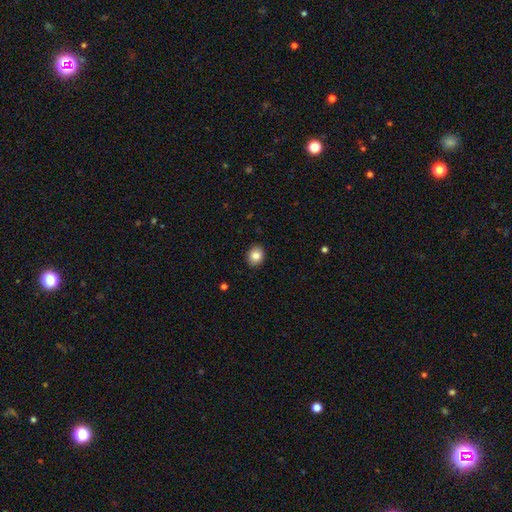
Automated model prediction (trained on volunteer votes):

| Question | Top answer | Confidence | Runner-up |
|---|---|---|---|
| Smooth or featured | smooth | 84% | star or artifact (9%) |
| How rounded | round | 57% | in between (42%) |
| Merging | none | 89% | minor disturbance (8%) |